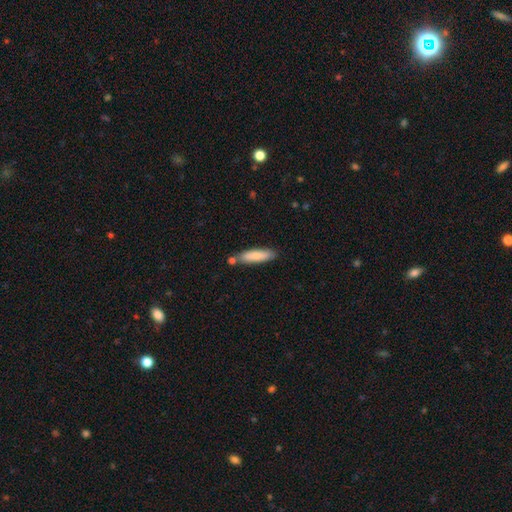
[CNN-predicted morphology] type=smooth (81%); roundness=cigar-shaped (74%); merging=none (71%).